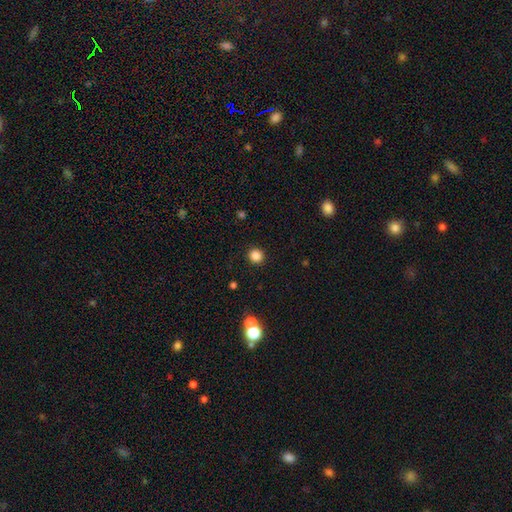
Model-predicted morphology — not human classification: Smooth or featured: smooth — 85% (star or artifact — 12%)
How rounded: round — 94% (in between — 5%)
Merging: none — 92% (minor disturbance — 5%)